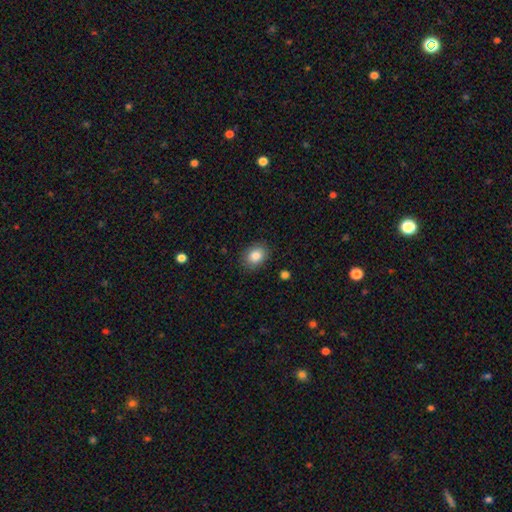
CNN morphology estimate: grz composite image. It shows a smooth galaxy with no disk features (85%) that is in between round and cigar-shaped (58%). Merging: none (86%).